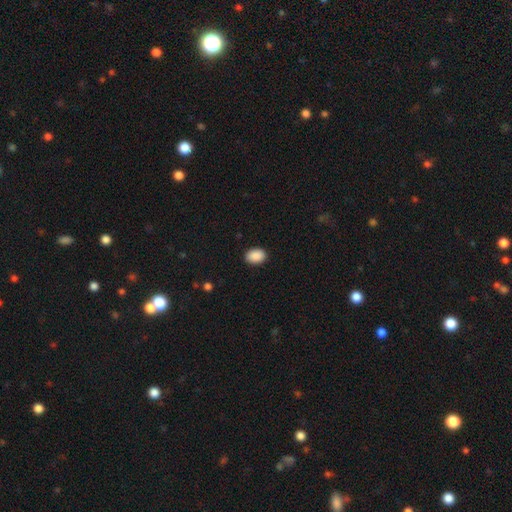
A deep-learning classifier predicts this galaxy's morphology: Overall: smooth (90%). How rounded: in between (82%). Merging: none (90%).